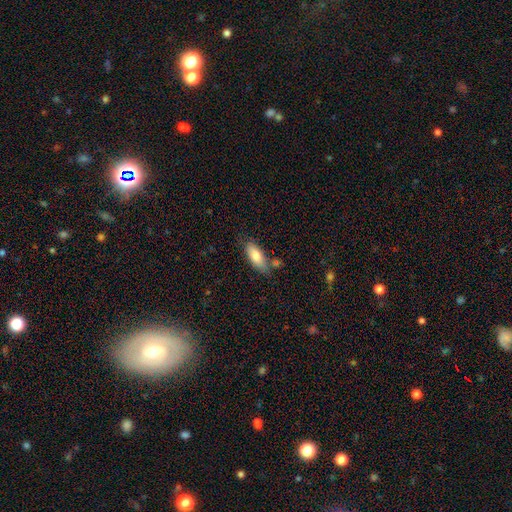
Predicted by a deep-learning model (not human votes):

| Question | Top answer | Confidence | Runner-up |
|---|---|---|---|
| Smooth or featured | smooth | 79% | featured or disk (15%) |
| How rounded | in between | 77% | cigar-shaped (21%) |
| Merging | none | 70% | minor disturbance (18%) |